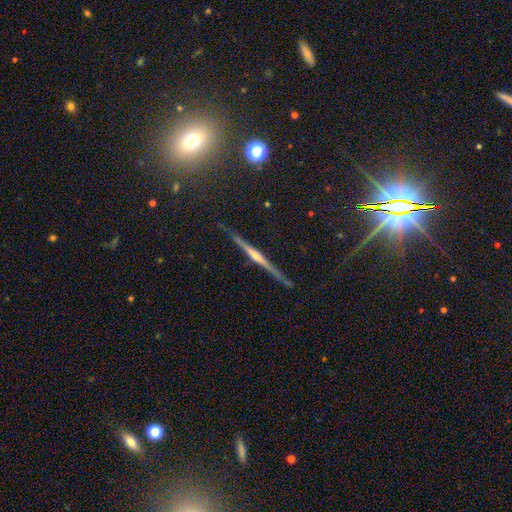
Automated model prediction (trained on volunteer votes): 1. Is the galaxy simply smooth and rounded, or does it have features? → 73% featured or disk, 15% smooth, 12% star or artifact.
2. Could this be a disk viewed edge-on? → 97% yes, 3% no.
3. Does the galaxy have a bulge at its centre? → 62% rounded, 24% none, 15% boxy.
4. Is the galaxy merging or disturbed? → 86% none, 10% minor disturbance, 2% major disturbance, 2% merger.